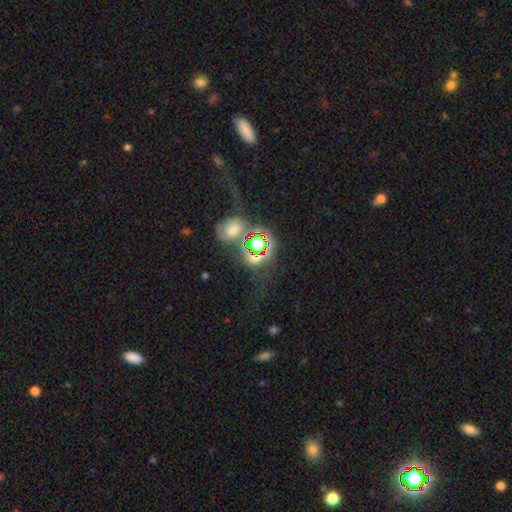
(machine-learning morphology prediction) A star or artifact, not a galaxy (57%).